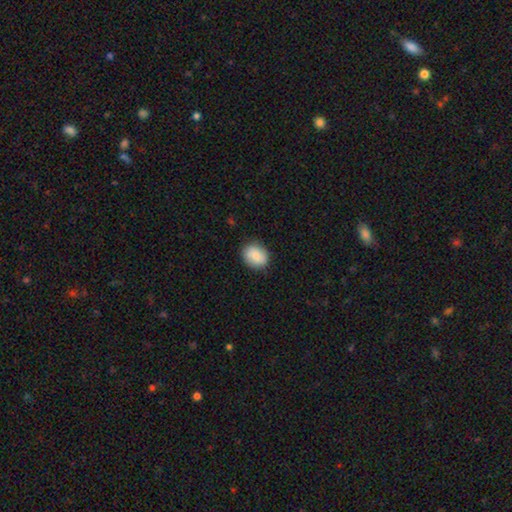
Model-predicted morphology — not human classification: Overall: smooth (80%). How rounded: round (58%; in between 41%). Merging: none (86%).